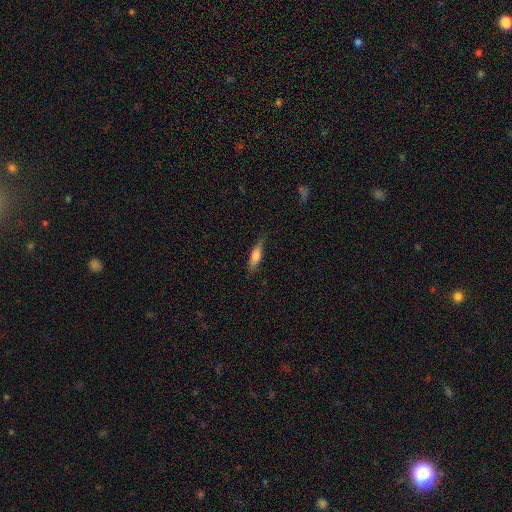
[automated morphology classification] Smooth or featured?
  - smooth: 68% *
  - featured or disk: 25%
  - star or artifact: 7%
How rounded?
  - cigar-shaped: 59% *
  - in between: 38%
  - round: 2%
Merging?
  - none: 78% *
  - minor disturbance: 17%
  - major disturbance: 4%
  - merger: 1%